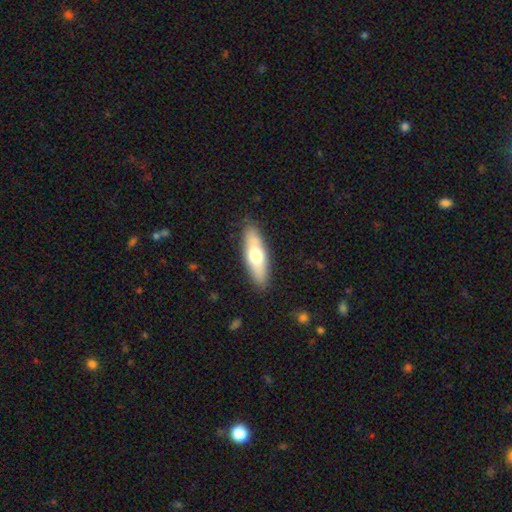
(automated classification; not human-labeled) This is likely a smooth galaxy (61%). How rounded: possibly in between (51%). Merging: clearly none (85%).